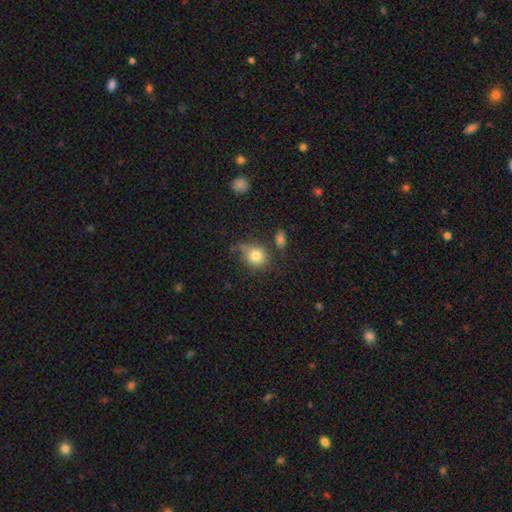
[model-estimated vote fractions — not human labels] Smooth or featured?
  - smooth: 81% *
  - star or artifact: 10%
  - featured or disk: 9%
How rounded?
  - round: 74% *
  - in between: 25%
  - cigar-shaped: 1%
Merging?
  - none: 61% *
  - minor disturbance: 22%
  - merger: 10%
  - major disturbance: 8%